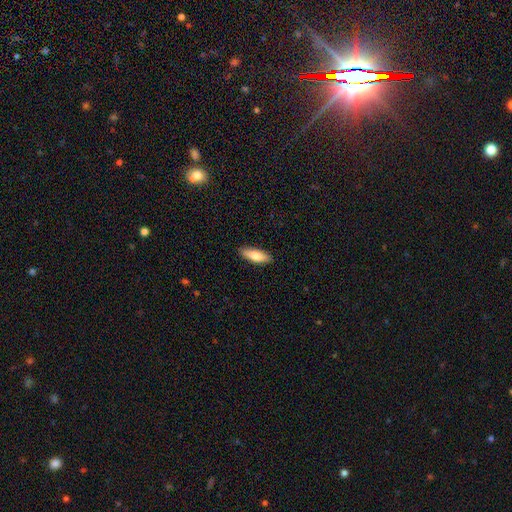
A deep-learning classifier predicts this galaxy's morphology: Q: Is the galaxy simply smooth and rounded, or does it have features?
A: smooth — 76%.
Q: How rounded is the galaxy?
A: in between — 52%.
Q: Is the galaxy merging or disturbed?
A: none — 89%.